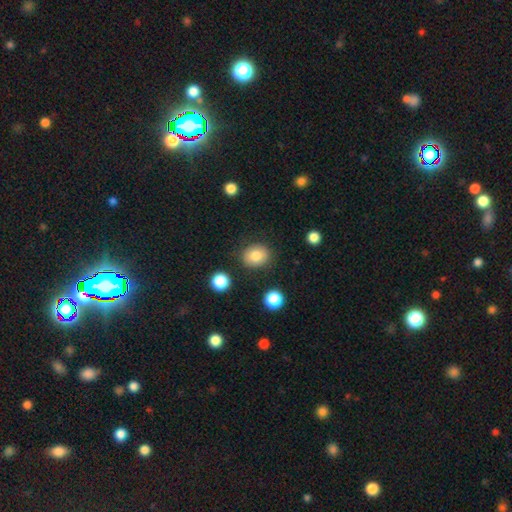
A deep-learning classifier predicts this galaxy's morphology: smooth_or_featured: smooth (p=0.82) [alt: star or artifact p=0.09]
how_rounded: round (p=0.66) [alt: in between p=0.33]
merging: none (p=0.85) [alt: minor disturbance p=0.10]